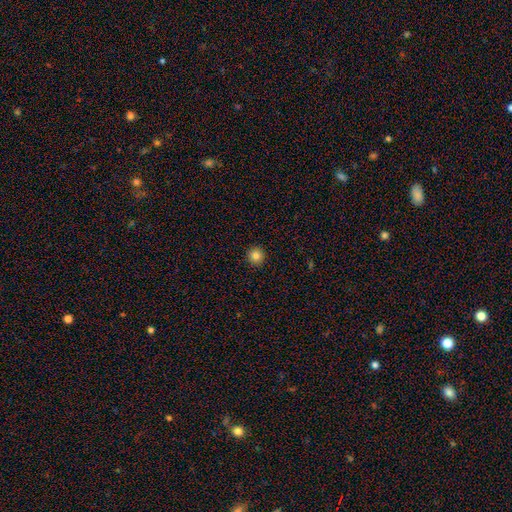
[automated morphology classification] A smooth galaxy with no disk features (84%) that is round (95%).

Vote fractions:
- Smooth or featured? smooth: 84% / star or artifact: 11% / featured or disk: 5%
- How rounded? round: 95% / in between: 4% / cigar-shaped: 1%
- Merging? none: 93% / minor disturbance: 4% / major disturbance: 1% / merger: 1%